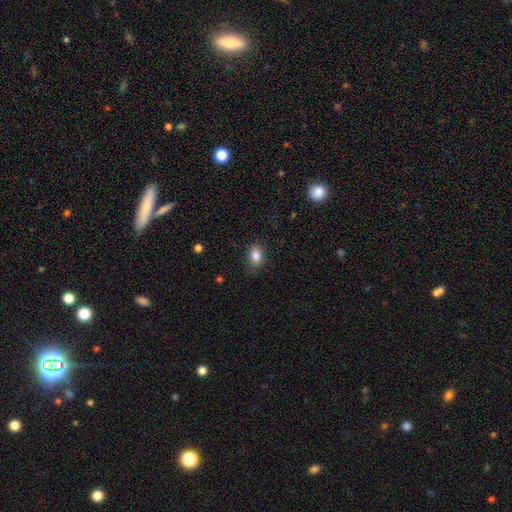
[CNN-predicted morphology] Smooth or featured? Predicted: smooth (p=0.84). How rounded? Predicted: in between (p=0.66). Merging? Predicted: none (p=0.81).